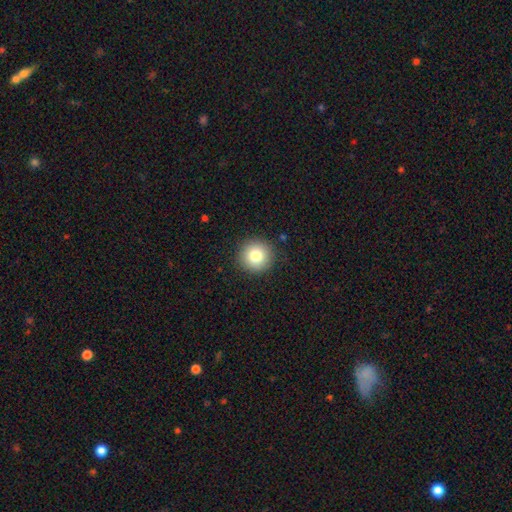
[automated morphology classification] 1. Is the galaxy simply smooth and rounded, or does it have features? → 80% smooth, 10% star or artifact, 9% featured or disk.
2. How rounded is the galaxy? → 95% round, 4% in between, 1% cigar-shaped.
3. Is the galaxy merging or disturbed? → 91% none, 6% minor disturbance, 2% major disturbance, 1% merger.